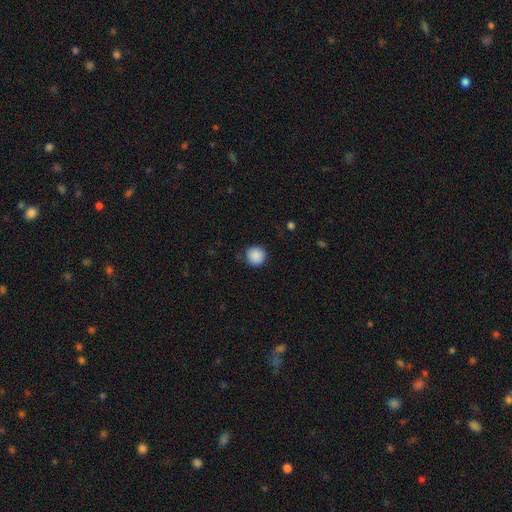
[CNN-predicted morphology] Q: Smooth or featured?
A: smooth (89%); runner-up: star or artifact (8%)
Q: How rounded?
A: round (95%); runner-up: in between (4%)
Q: Merging?
A: none (87%); runner-up: minor disturbance (9%)